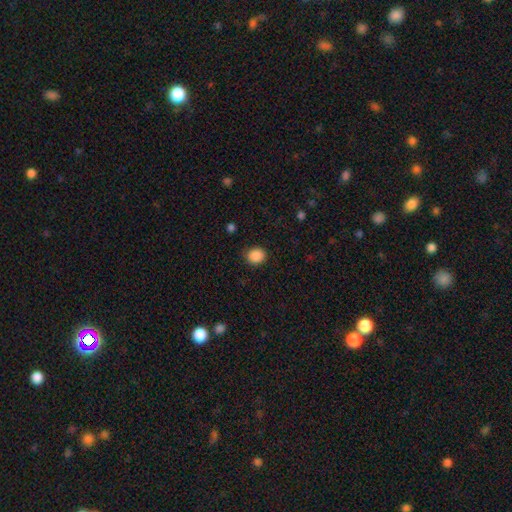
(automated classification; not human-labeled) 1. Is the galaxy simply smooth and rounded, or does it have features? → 88% smooth, 9% star or artifact, 3% featured or disk.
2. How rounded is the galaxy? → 72% round, 27% in between, 1% cigar-shaped.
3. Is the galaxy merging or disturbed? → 88% none, 9% minor disturbance, 3% major disturbance, 1% merger.